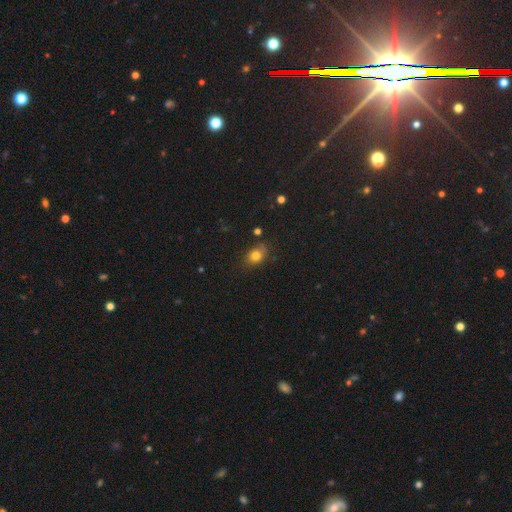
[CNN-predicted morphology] type=smooth (78%); roundness=in between (59%); merging=none (69%).